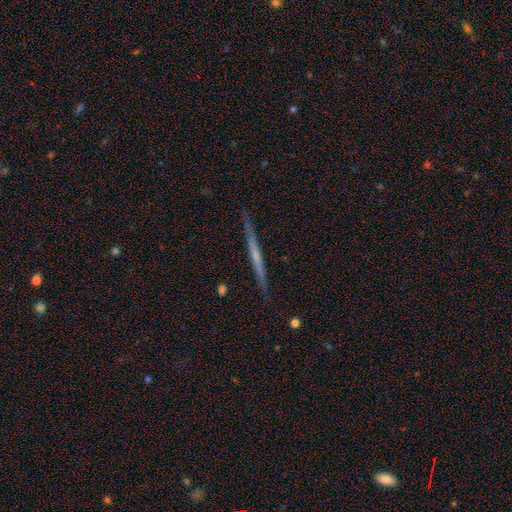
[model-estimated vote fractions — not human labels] A featured or disk galaxy (61%) viewed edge-on (97%) with no central bulge (73%).

Vote fractions:
- Smooth or featured? featured or disk: 61% / smooth: 33% / star or artifact: 6%
- Edge-on disk? yes: 97% / no: 3%
- Edge-on bulge? none: 73% / rounded: 21% / boxy: 6%
- Merging? none: 89% / minor disturbance: 9% / major disturbance: 2% / merger: 1%